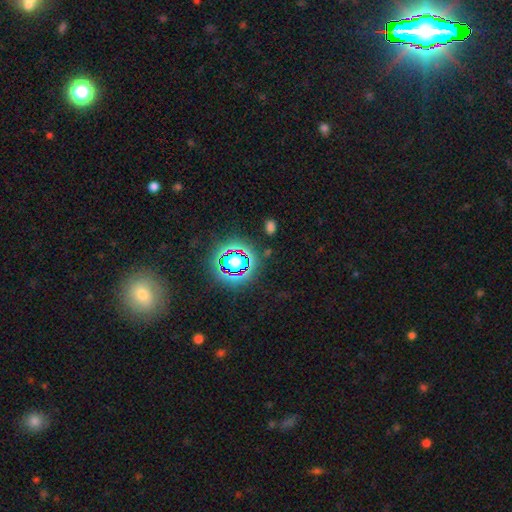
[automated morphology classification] Smooth or featured?
  - star or artifact: 78% *
  - smooth: 13%
  - featured or disk: 9%